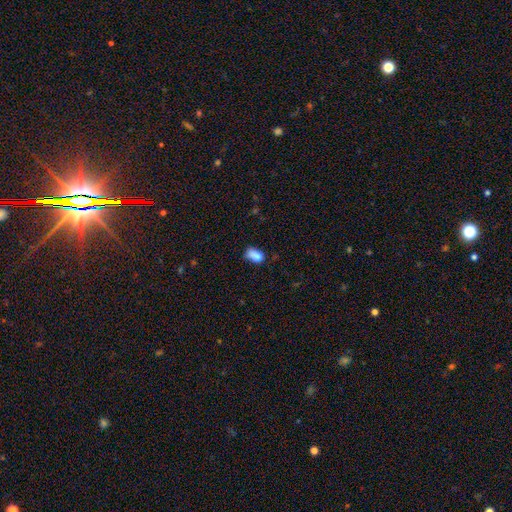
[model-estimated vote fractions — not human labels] A smooth galaxy with no disk features (82%) that is in between round and cigar-shaped (86%).

Vote fractions:
- Smooth or featured? smooth: 82% / star or artifact: 10% / featured or disk: 8%
- How rounded? in between: 86% / round: 11% / cigar-shaped: 3%
- Merging? none: 45% / minor disturbance: 34% / major disturbance: 12% / merger: 9%